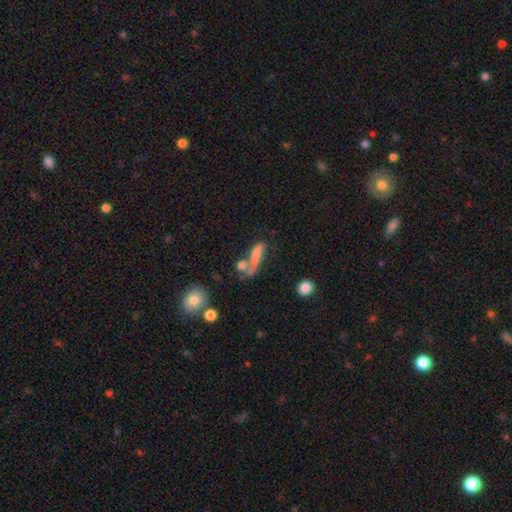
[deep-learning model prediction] A smooth galaxy with no disk features (63%) that is cigar-shaped (54%). Merging: merger (40%).